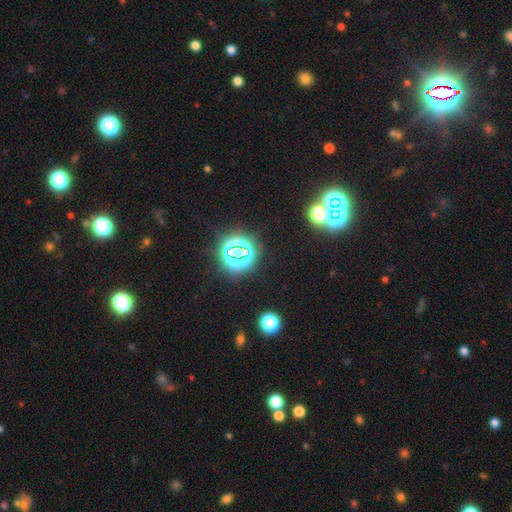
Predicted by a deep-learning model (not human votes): Smooth or featured? star or artifact (79%)